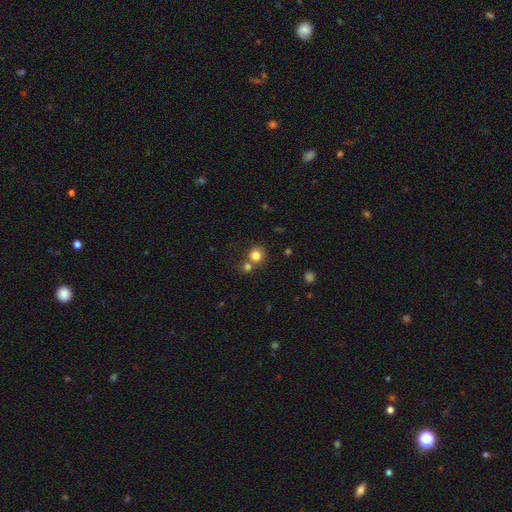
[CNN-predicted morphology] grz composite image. It shows a smooth galaxy with no disk features (81%) that is round (88%). Merging: none (59%).